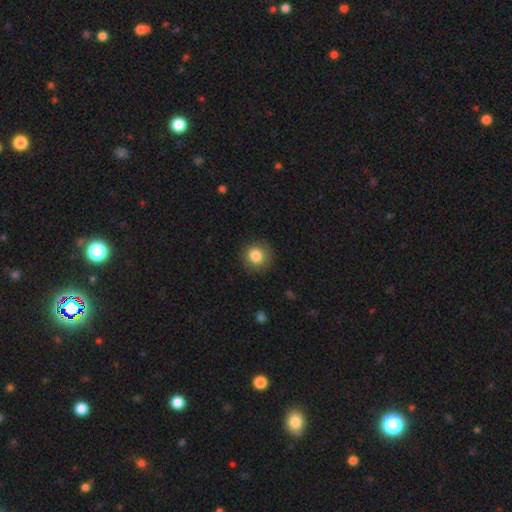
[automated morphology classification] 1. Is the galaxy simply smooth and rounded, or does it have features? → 84% smooth, 9% star or artifact, 7% featured or disk.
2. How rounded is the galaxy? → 90% round, 9% in between, 1% cigar-shaped.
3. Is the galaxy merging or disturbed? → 88% none, 9% minor disturbance, 3% major disturbance, 1% merger.